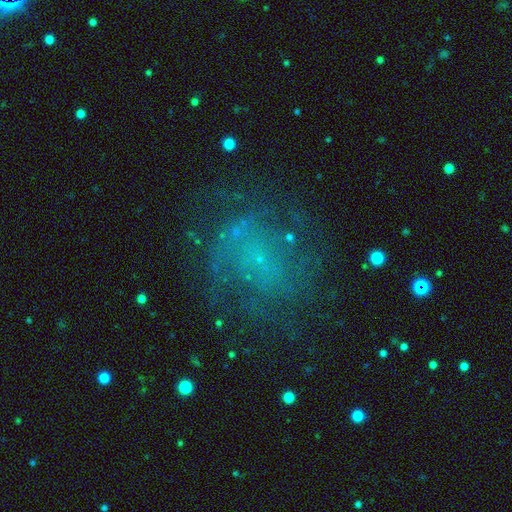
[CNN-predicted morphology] Smooth or featured? featured or disk (51%)
Edge-on disk? no (97%)
Merging? none (67%)